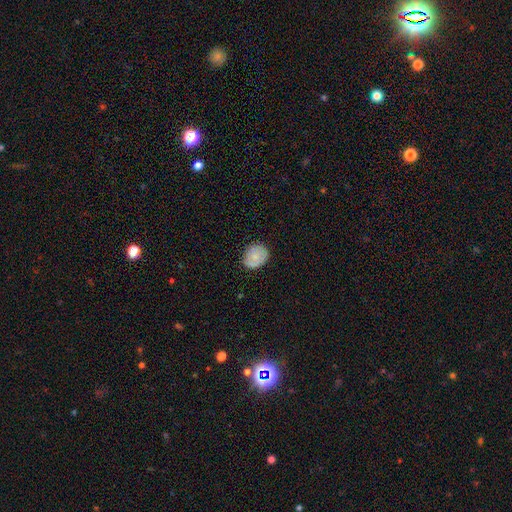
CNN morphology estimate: Smooth or featured?
  - smooth: 70% *
  - featured or disk: 22%
  - star or artifact: 8%
How rounded?
  - round: 61% *
  - in between: 39%
  - cigar-shaped: 1%
Merging?
  - none: 79% *
  - minor disturbance: 17%
  - major disturbance: 3%
  - merger: 1%